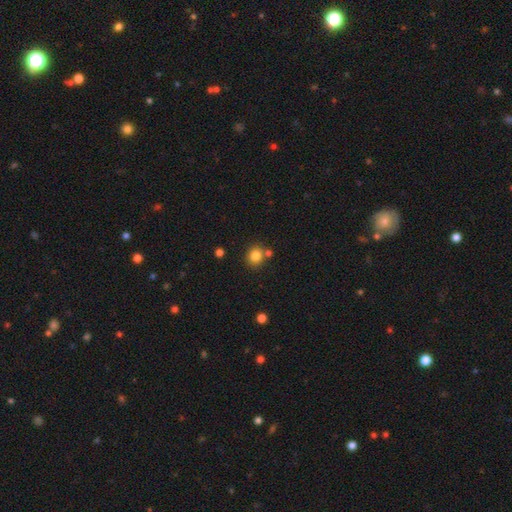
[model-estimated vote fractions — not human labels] A smooth galaxy with no disk features (82%) that is round (84%).

Vote fractions:
- Smooth or featured? smooth: 82% / star or artifact: 12% / featured or disk: 6%
- How rounded? round: 84% / in between: 15% / cigar-shaped: 1%
- Merging? none: 75% / merger: 14% / minor disturbance: 9% / major disturbance: 3%